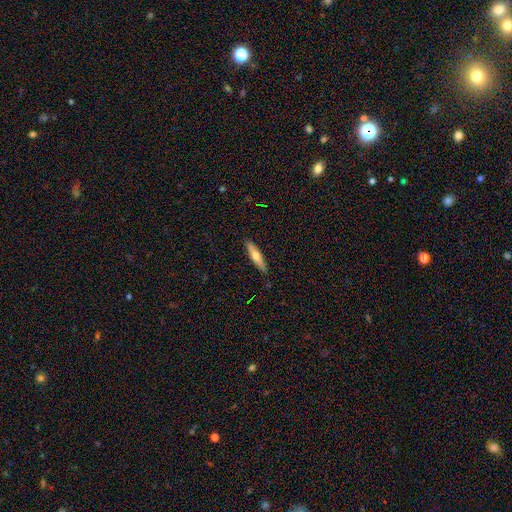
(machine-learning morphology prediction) smooth_or_featured: smooth (p=0.54) [alt: featured or disk p=0.40]
how_rounded: cigar-shaped (p=0.81) [alt: in between p=0.17]
merging: none (p=0.89) [alt: minor disturbance p=0.08]